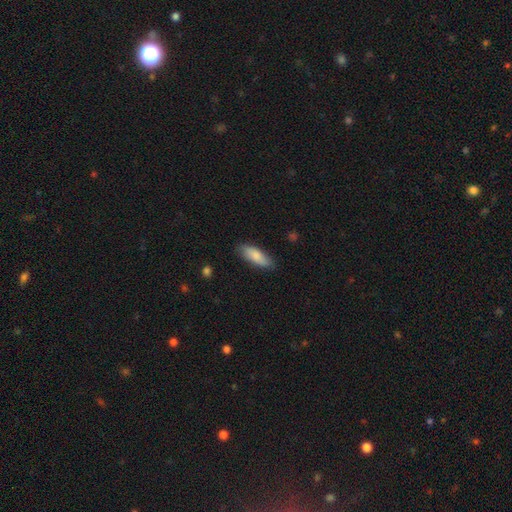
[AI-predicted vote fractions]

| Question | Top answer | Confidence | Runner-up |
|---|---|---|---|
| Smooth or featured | smooth | 82% | featured or disk (12%) |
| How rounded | in between | 66% | cigar-shaped (33%) |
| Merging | none | 84% | minor disturbance (13%) |